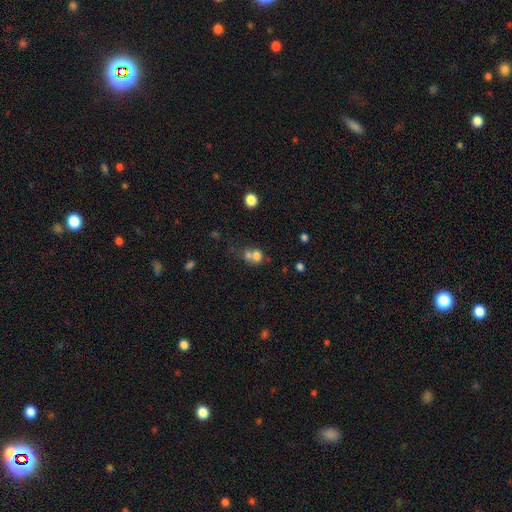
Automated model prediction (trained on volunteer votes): Smooth or featured?
  - smooth: 72% *
  - featured or disk: 15%
  - star or artifact: 13%
How rounded?
  - round: 63% *
  - in between: 36%
  - cigar-shaped: 1%
Merging?
  - merger: 57% *
  - none: 29%
  - minor disturbance: 8%
  - major disturbance: 6%